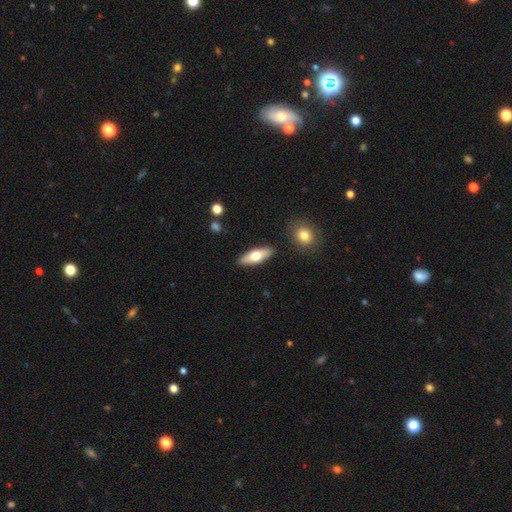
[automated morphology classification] A smooth galaxy with no disk features (59%) that is in between round and cigar-shaped (56%).

Vote fractions:
- Smooth or featured? smooth: 59% / featured or disk: 36% / star or artifact: 6%
- How rounded? in between: 56% / cigar-shaped: 41% / round: 3%
- Merging? none: 89% / minor disturbance: 7% / merger: 2% / major disturbance: 2%